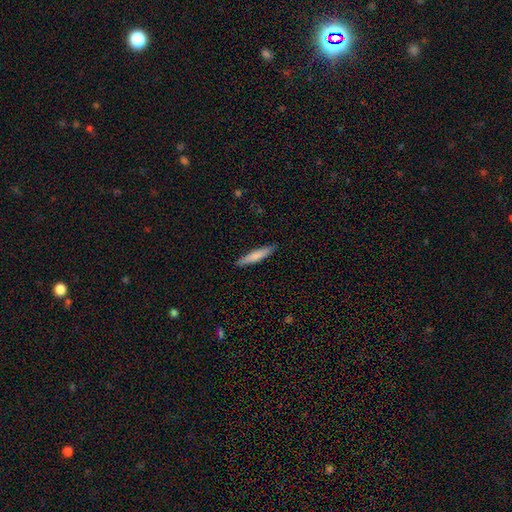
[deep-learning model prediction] Smooth or featured: smooth — 77% (featured or disk — 17%)
How rounded: cigar-shaped — 88% (in between — 11%)
Merging: none — 88% (minor disturbance — 9%)